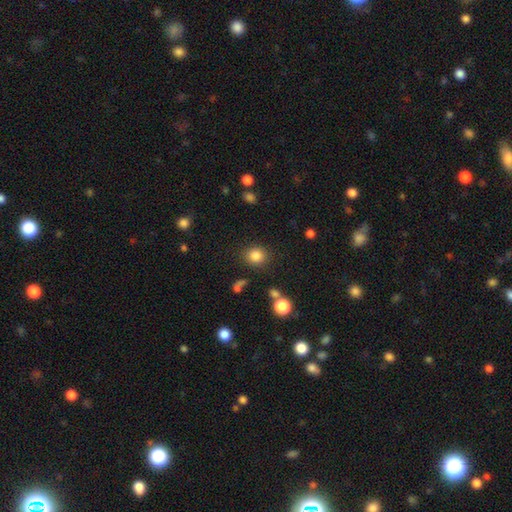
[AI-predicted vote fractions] A smooth galaxy with no disk features (83%) that is round (81%). Merging: none (85%).